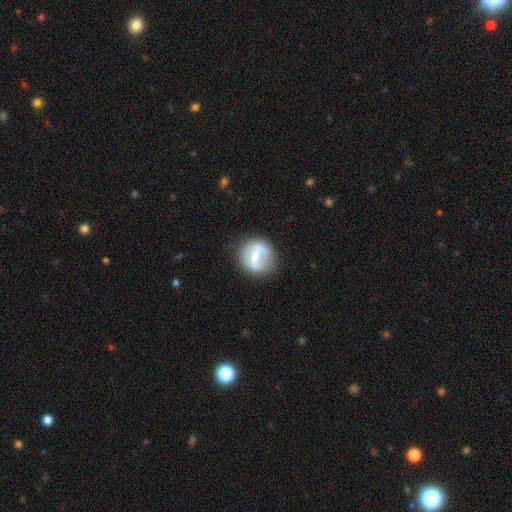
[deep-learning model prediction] Overall: featured or disk (51%; smooth 41%). Edge-on disk: no (94%). Merging: none (71%).